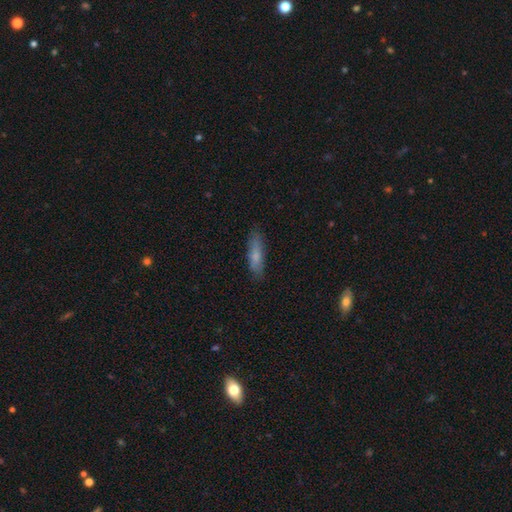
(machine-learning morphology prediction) smooth-or-featured: smooth: 74% | featured or disk: 20% | star or artifact: 7%
  how-rounded: cigar-shaped: 65% | in between: 33% | round: 2%
  merging: none: 84% | minor disturbance: 13% | major disturbance: 3% | merger: 1%